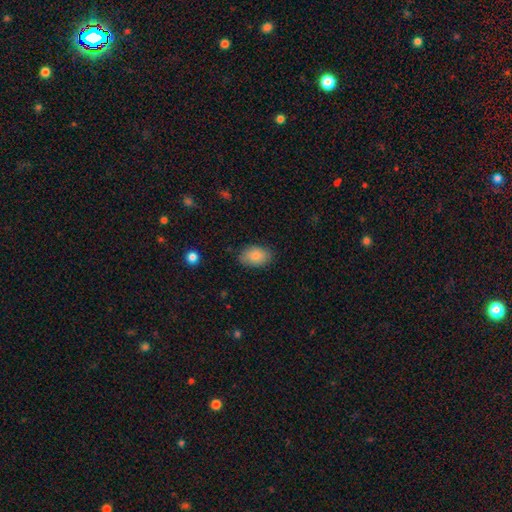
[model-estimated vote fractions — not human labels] smooth-or-featured: smooth: 86% | featured or disk: 7% | star or artifact: 7%
  how-rounded: in between: 87% | round: 12% | cigar-shaped: 1%
  merging: none: 79% | minor disturbance: 16% | major disturbance: 3% | merger: 1%